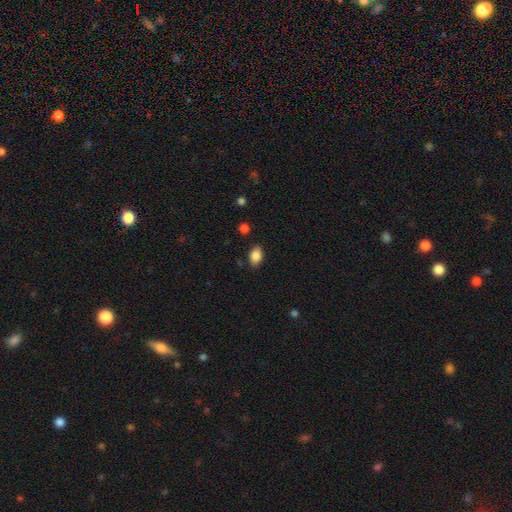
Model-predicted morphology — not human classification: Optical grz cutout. It shows a smooth galaxy with no disk features (86%) that is in between round and cigar-shaped (90%). Merging: none (86%).